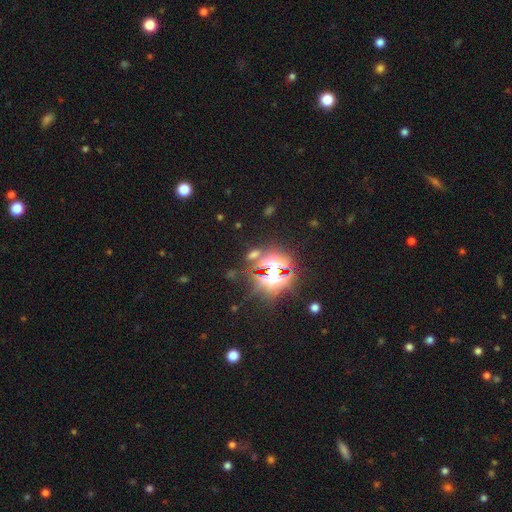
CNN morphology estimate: star or artifact 77%, smooth 14%, featured or disk 9%.